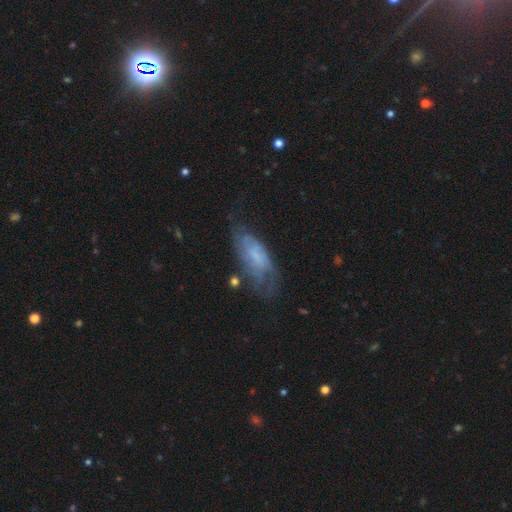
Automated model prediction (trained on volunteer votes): Smooth or featured? featured or disk (53%)
Edge-on disk? no (87%)
Merging? none (46%)